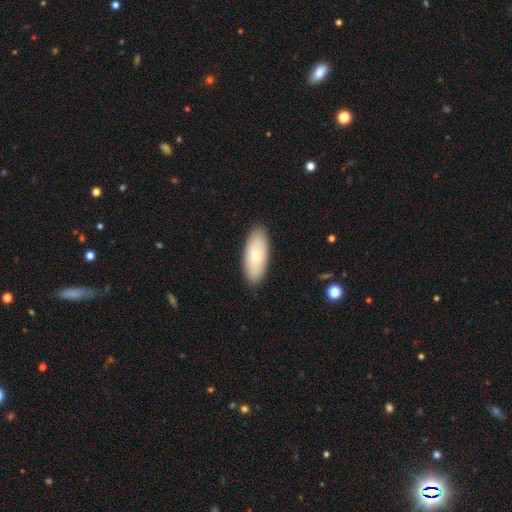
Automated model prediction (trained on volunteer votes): smooth 71%, featured or disk 24%, star or artifact 6%. Down the decision tree: how rounded — in between (88%); merging — none (88%).